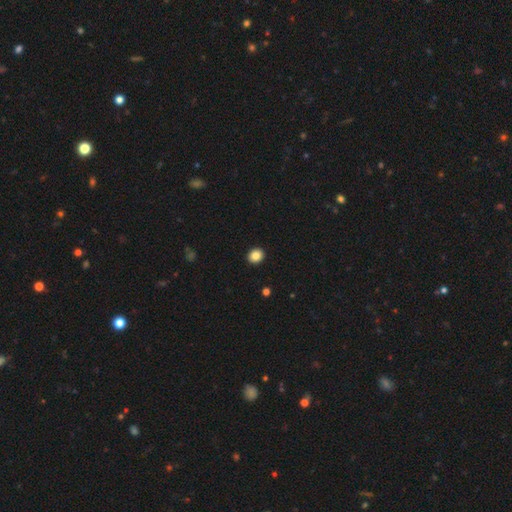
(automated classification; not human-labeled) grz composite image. It shows a smooth galaxy with no disk features (85%) that is round (74%). Merging: none (93%).